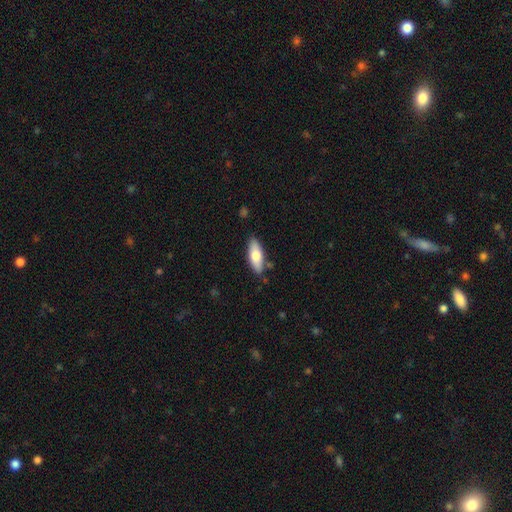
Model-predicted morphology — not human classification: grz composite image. It shows a smooth galaxy with no disk features (73%) that is in between round and cigar-shaped (72%). Merging: none (83%).